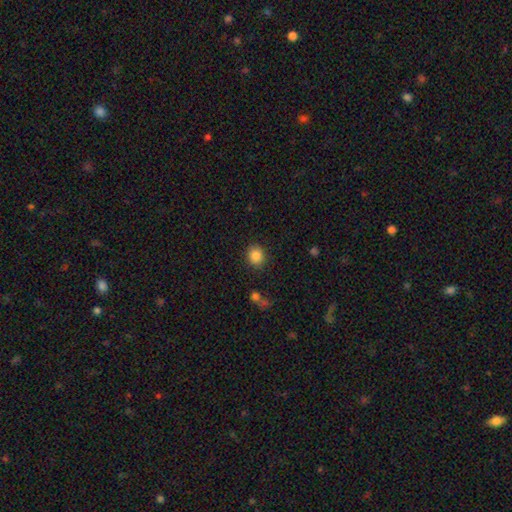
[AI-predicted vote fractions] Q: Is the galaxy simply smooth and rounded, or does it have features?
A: smooth — 86%.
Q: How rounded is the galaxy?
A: round — 75%.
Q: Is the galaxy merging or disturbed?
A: none — 87%.